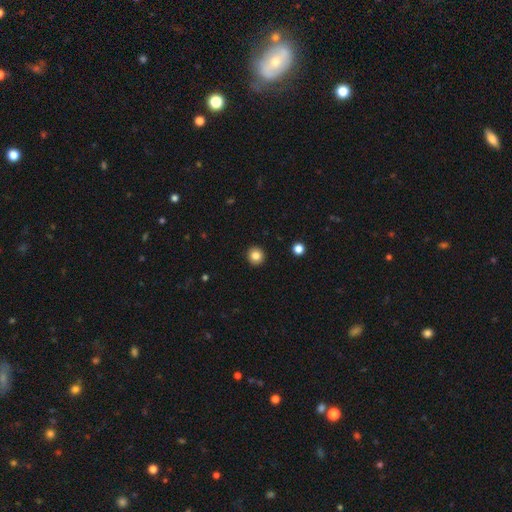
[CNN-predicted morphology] A smooth galaxy with no disk features (84%) that is round (92%). Merging: none (93%).